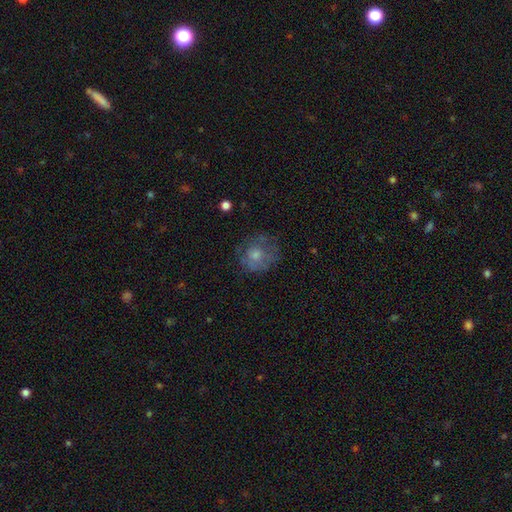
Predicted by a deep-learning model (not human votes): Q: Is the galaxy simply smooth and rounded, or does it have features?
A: smooth — 63%.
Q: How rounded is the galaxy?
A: round — 80%.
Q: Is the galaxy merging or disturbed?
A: none — 59%.